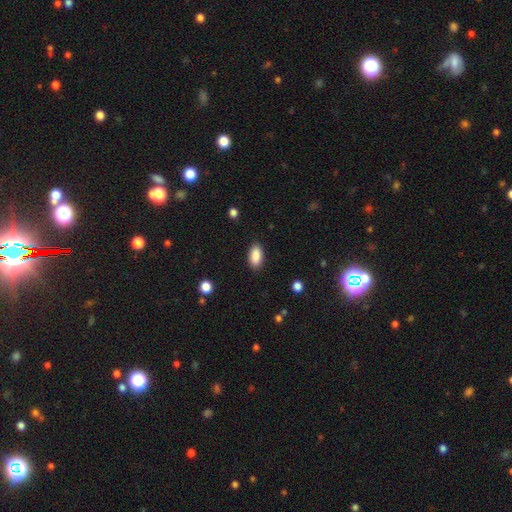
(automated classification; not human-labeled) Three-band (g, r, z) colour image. It shows a smooth galaxy with no disk features (90%) that is in between round and cigar-shaped (92%). Merging: none (89%).